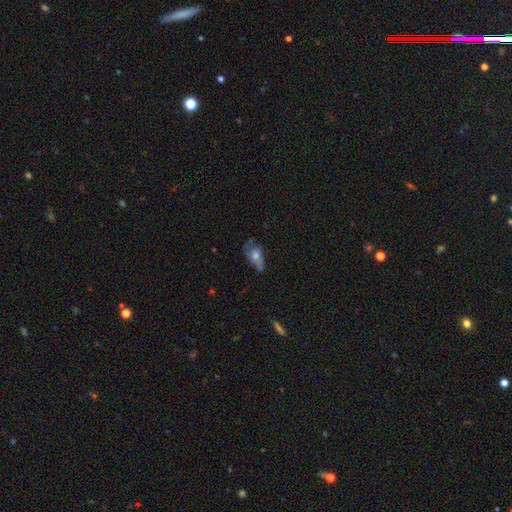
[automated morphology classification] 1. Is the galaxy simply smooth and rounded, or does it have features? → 45% featured or disk, 43% smooth, 12% star or artifact.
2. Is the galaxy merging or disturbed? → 47% none, 30% minor disturbance, 20% major disturbance, 3% merger.